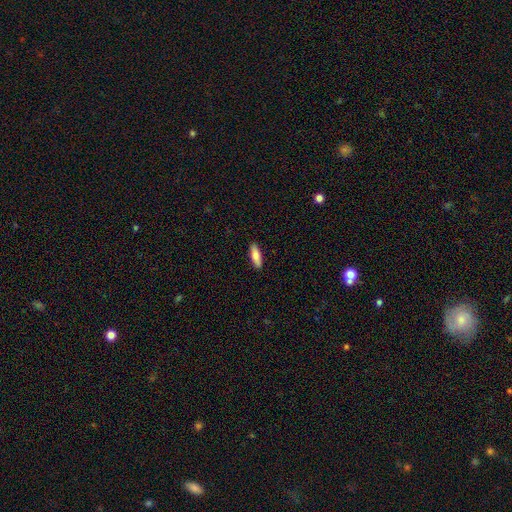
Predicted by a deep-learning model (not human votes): This is clearly a smooth galaxy (82%). How rounded: possibly in between (49%, tied with cigar-shaped). Merging: clearly none (90%).